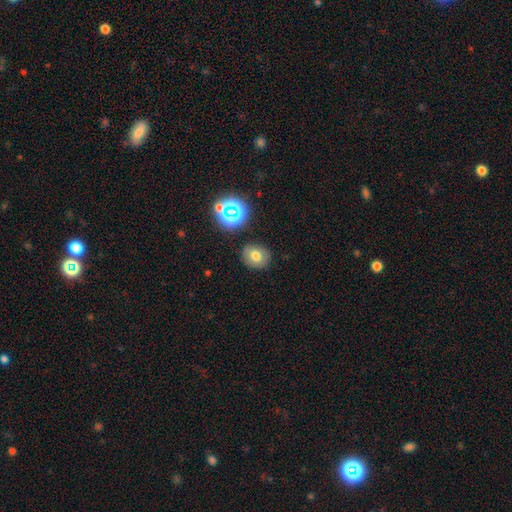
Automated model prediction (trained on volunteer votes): smooth_or_featured: smooth (p=0.68) [alt: star or artifact p=0.16]
how_rounded: round (p=0.70) [alt: in between p=0.30]
merging: none (p=0.84) [alt: minor disturbance p=0.10]